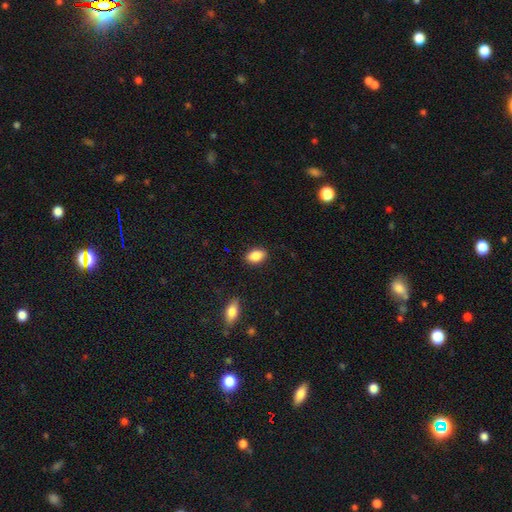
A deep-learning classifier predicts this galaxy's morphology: Smooth or featured? smooth (87%)
How rounded? in between (87%)
Merging? none (87%)